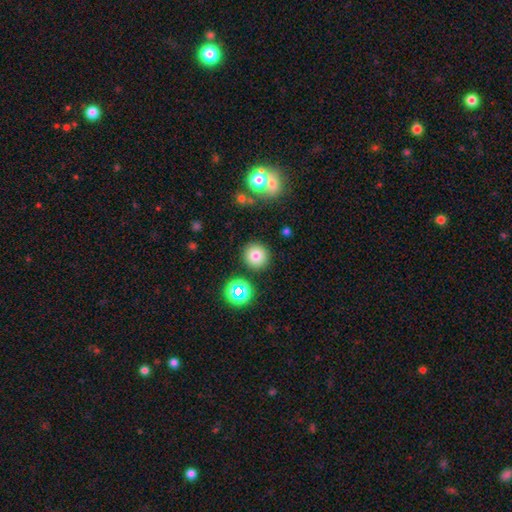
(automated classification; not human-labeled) A smooth galaxy with no disk features (76%) that is round (94%). Merging: none (87%).